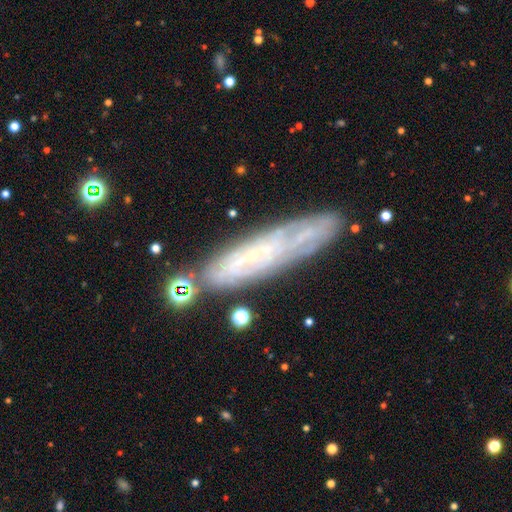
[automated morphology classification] smooth-or-featured: featured or disk: 66% | smooth: 24% | star or artifact: 10%
  disk-edge-on: no: 58% | yes: 42%
  merging: none: 75% | minor disturbance: 15% | merger: 5% | major disturbance: 4%